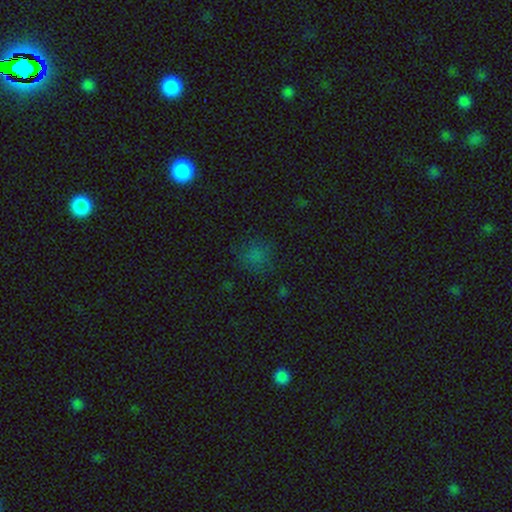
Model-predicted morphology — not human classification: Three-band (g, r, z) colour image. It shows a smooth galaxy with no disk features (68%) that is round (82%). Merging: none (73%).